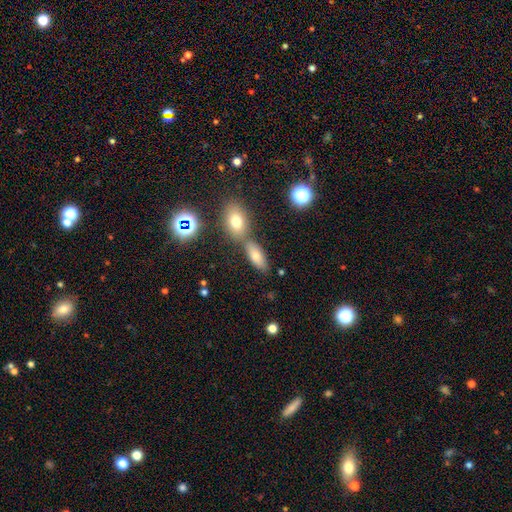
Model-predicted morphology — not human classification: smooth_or_featured: smooth (p=0.72) [alt: featured or disk p=0.15]
how_rounded: in between (p=0.79) [alt: cigar-shaped p=0.16]
merging: none (p=0.61) [alt: merger p=0.24]